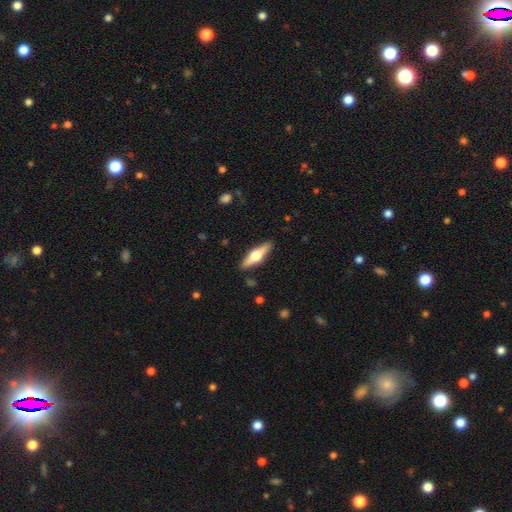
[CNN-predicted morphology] type=featured or disk (63%); edge-on=yes (96%); edge-on bulge=rounded (96%); merging=none (90%).